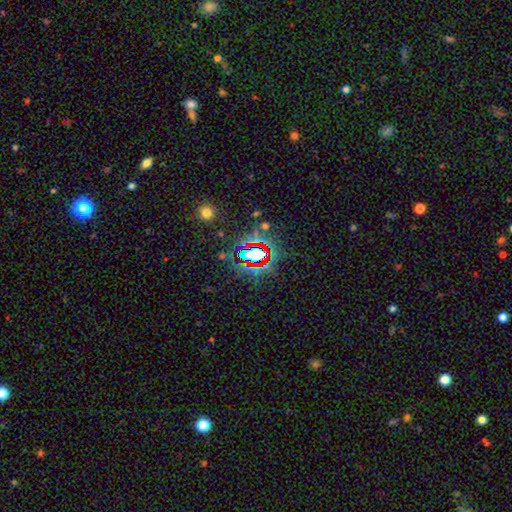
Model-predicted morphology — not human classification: smooth-or-featured: star or artifact: 69% | smooth: 19% | featured or disk: 12%